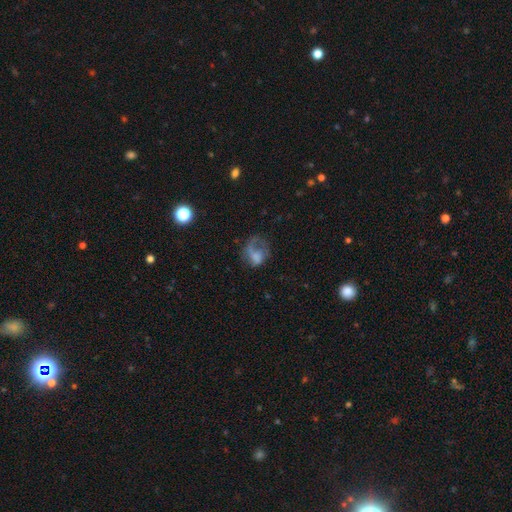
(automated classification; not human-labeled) The model was most divided on "smooth or featured": smooth: 47%, featured or disk: 42%, star or artifact: 11%. Remaining: merging — major disturbance (49%).